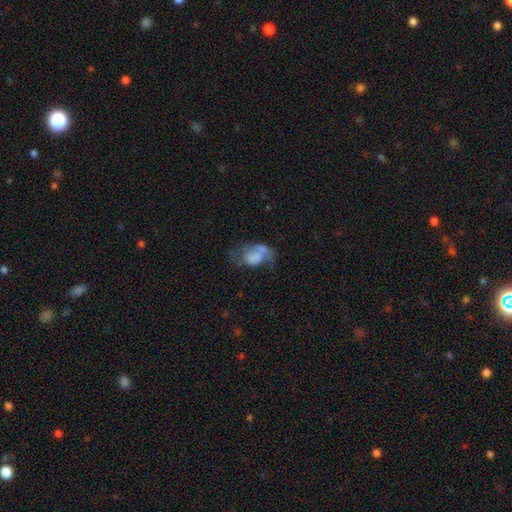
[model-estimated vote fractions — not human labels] Q: Smooth or featured?
A: smooth (54%); runner-up: featured or disk (36%)
Q: How rounded?
A: in between (77%); runner-up: round (22%)
Q: Merging?
A: major disturbance (38%); runner-up: none (23%)